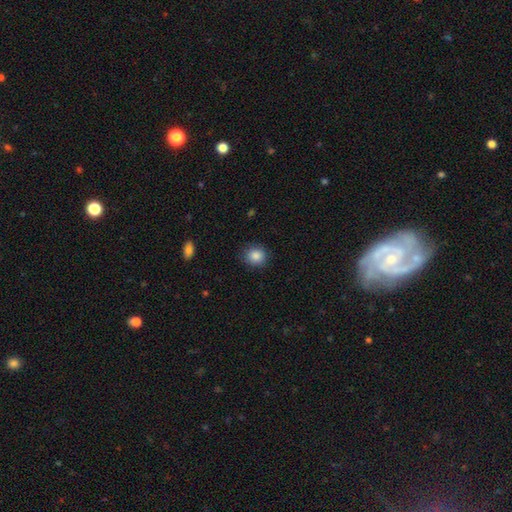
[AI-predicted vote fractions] Smooth or featured?
  - smooth: 87% *
  - star or artifact: 9%
  - featured or disk: 4%
How rounded?
  - round: 83% *
  - in between: 16%
  - cigar-shaped: 1%
Merging?
  - none: 88% *
  - minor disturbance: 9%
  - major disturbance: 2%
  - merger: 1%